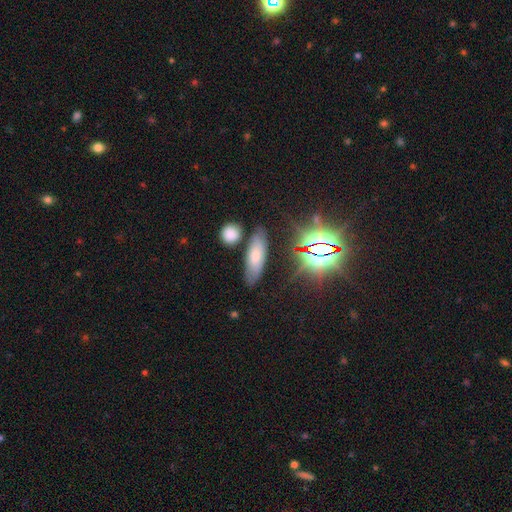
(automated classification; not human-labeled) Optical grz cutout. It shows a smooth galaxy with no disk features (62%) that is in between round and cigar-shaped (59%). Merging: none (78%).